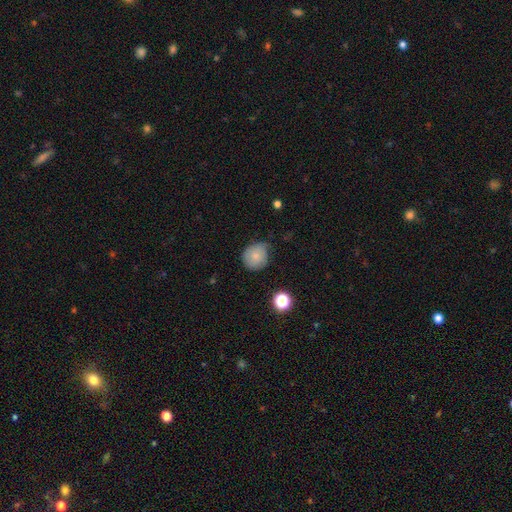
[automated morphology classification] type=smooth (77%); roundness=round (85%); merging=none (58%).